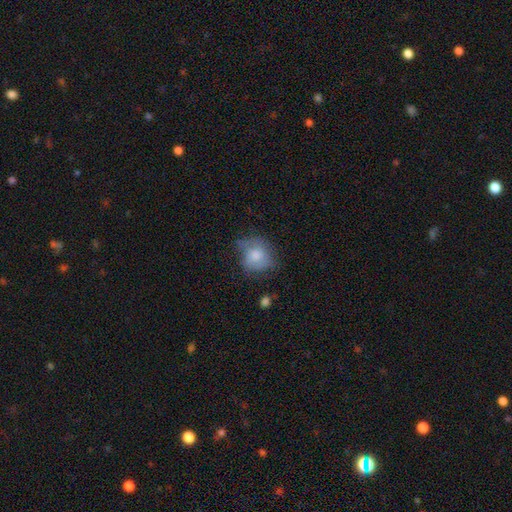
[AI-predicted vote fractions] smooth 72%, featured or disk 20%, star or artifact 8%. Down the decision tree: how rounded — round (70%); merging — none (44%).